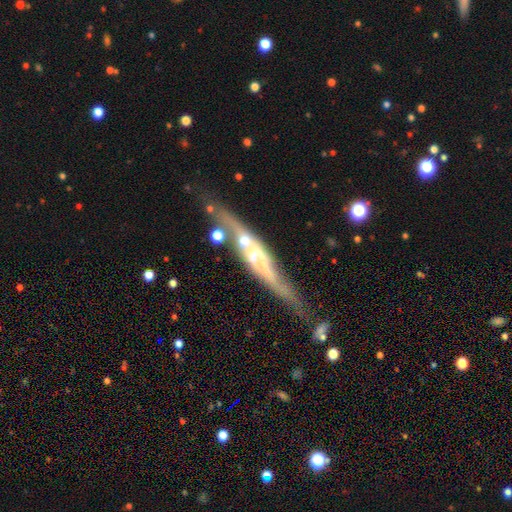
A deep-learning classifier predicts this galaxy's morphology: This is likely a featured or disk galaxy (73%). It is likely viewed edge-on (77%). Edge-on bulge: clearly rounded (83%). Merging: possibly none (52%).